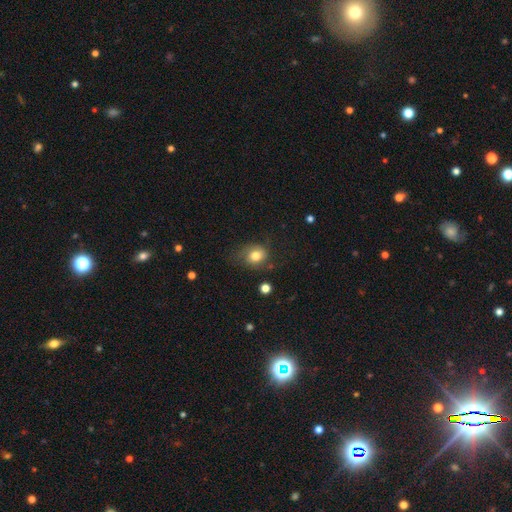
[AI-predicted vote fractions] This appears to be a smooth galaxy with no disk features (78%) that is round (63%). Merging: none (60%).